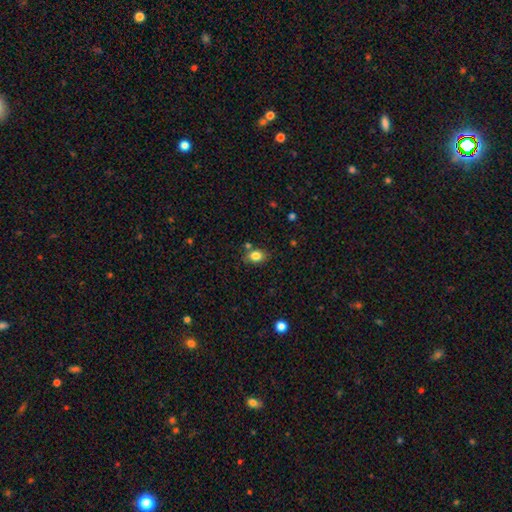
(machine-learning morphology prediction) This appears to be a smooth galaxy with no disk features (83%) that is in between round and cigar-shaped (67%). Merging: none (73%).